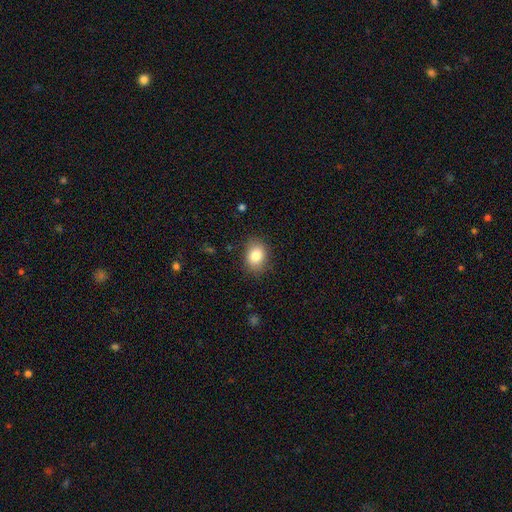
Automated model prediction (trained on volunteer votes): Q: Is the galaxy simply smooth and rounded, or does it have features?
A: smooth — 84%.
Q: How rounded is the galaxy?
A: in between — 65%.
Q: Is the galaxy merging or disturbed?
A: none — 84%.